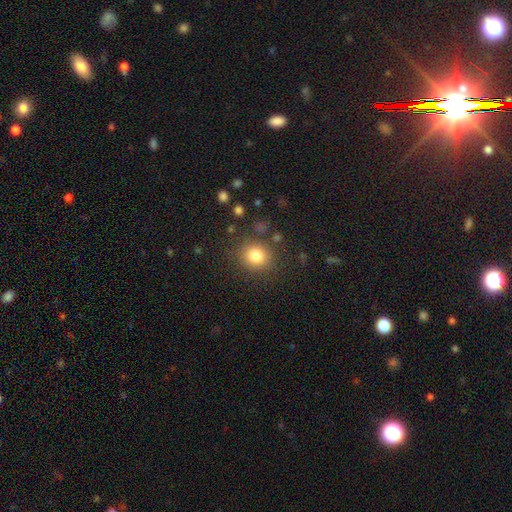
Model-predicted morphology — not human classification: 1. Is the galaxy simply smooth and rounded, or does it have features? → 81% smooth, 12% star or artifact, 7% featured or disk.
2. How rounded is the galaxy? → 78% round, 21% in between, 1% cigar-shaped.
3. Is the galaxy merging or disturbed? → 84% none, 10% minor disturbance, 4% major disturbance, 3% merger.